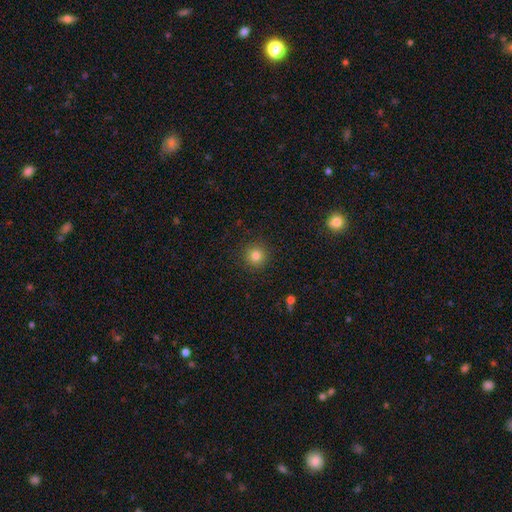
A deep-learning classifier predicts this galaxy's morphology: smooth-or-featured: smooth: 82% | star or artifact: 13% | featured or disk: 6%
  how-rounded: round: 95% | in between: 4% | cigar-shaped: 1%
  merging: none: 91% | minor disturbance: 5% | major disturbance: 2% | merger: 1%